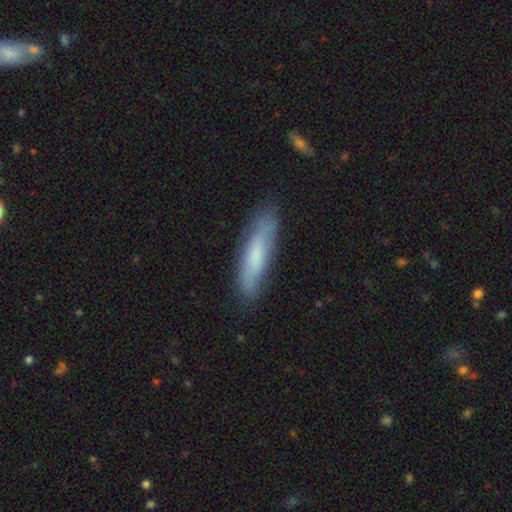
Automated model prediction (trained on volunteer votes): Morphology: type=smooth (67%); roundness=cigar-shaped (79%); merging=none (79%).